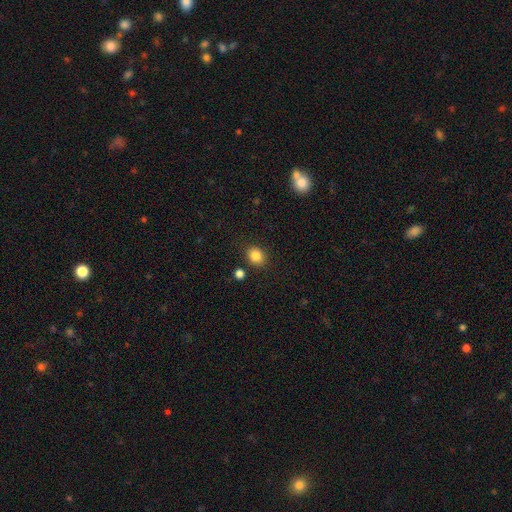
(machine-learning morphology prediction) Q: Smooth or featured?
A: smooth (85%); runner-up: star or artifact (10%)
Q: How rounded?
A: round (65%); runner-up: in between (34%)
Q: Merging?
A: none (84%); runner-up: minor disturbance (9%)